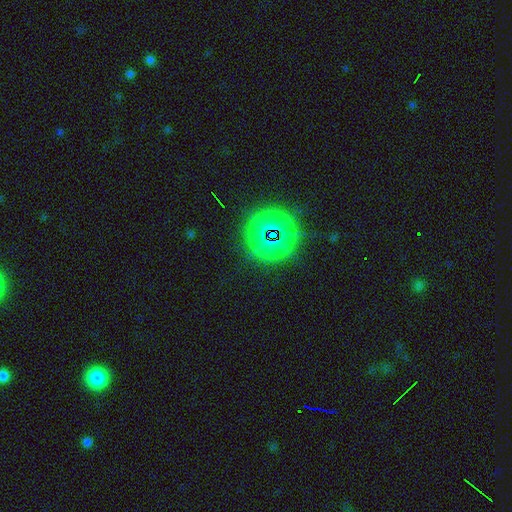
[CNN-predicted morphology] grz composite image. It shows a star or artifact, not a galaxy (77%).